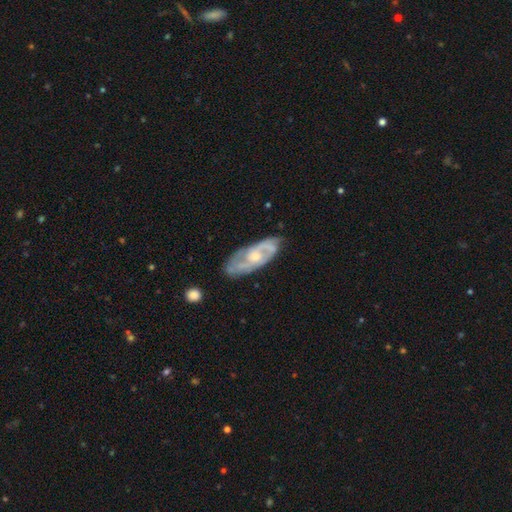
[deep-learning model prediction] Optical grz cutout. It shows a featured or disk galaxy (76%) with no bar (67%), 2 (56%) medium (44%) spiral arms (86%) and a moderate central bulge (51%). Merging: none (74%).